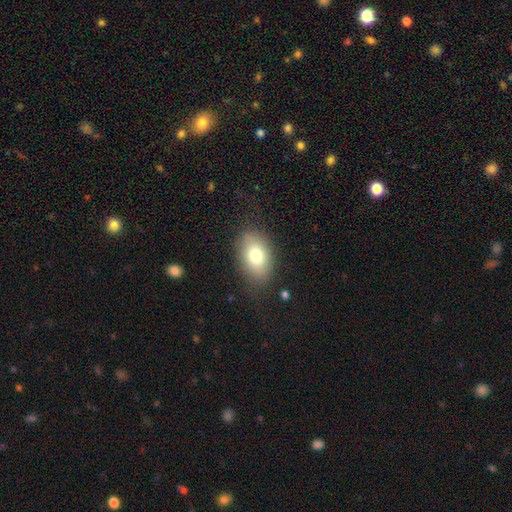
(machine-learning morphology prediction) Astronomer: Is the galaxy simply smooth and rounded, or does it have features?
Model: smooth — 78%.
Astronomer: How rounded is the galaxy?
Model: in between — 87%.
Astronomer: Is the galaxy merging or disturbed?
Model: none — 81%.